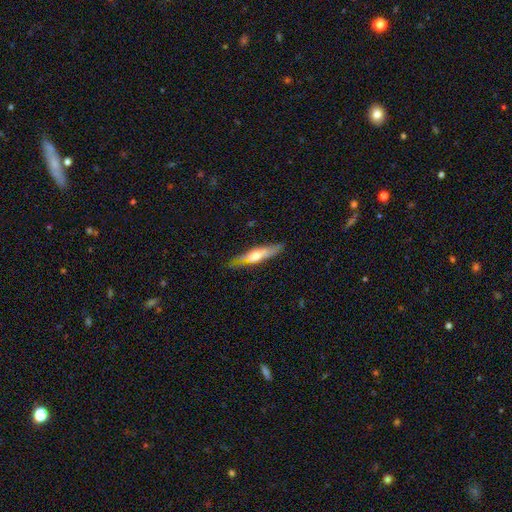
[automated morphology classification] Smooth or featured?
  - featured or disk: 49% *
  - smooth: 45%
  - star or artifact: 6%
Merging?
  - none: 77% *
  - minor disturbance: 18%
  - major disturbance: 4%
  - merger: 2%